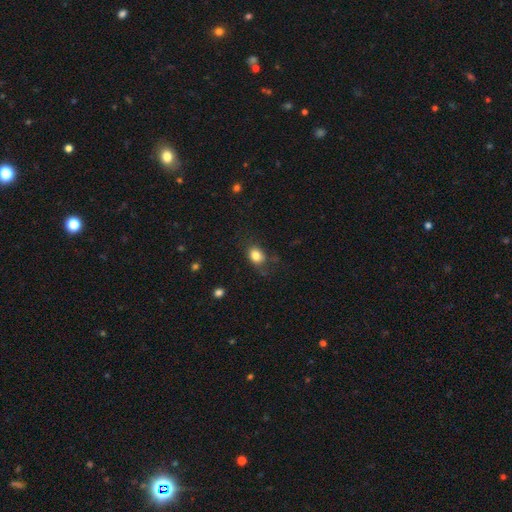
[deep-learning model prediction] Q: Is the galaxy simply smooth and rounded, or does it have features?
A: smooth — 82%.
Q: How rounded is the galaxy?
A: in between — 58%.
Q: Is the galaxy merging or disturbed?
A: none — 71%.